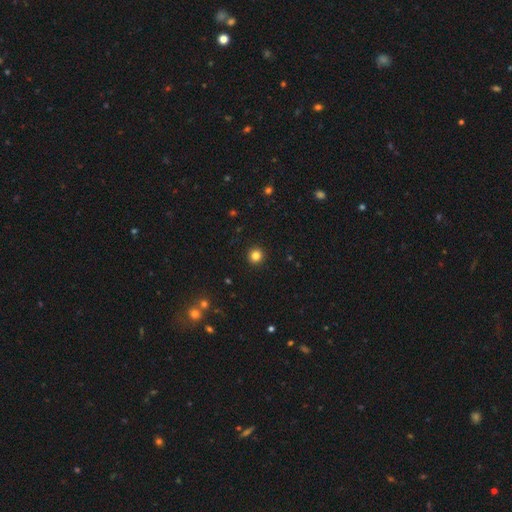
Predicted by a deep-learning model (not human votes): A smooth galaxy with no disk features (84%) that is round (94%).

Vote fractions:
- Smooth or featured? smooth: 84% / star or artifact: 12% / featured or disk: 4%
- How rounded? round: 94% / in between: 5% / cigar-shaped: 1%
- Merging? none: 94% / minor disturbance: 4% / major disturbance: 2% / merger: 1%